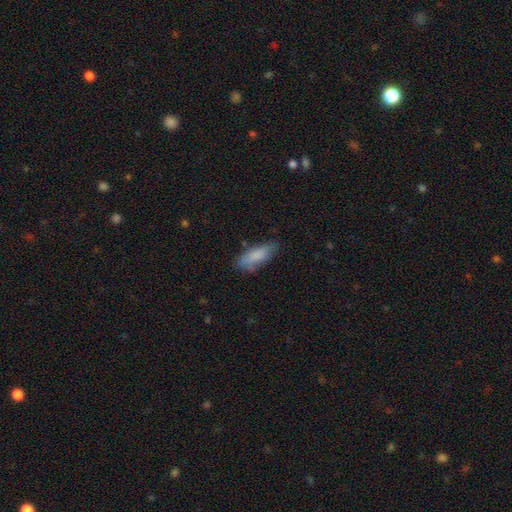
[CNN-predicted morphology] Smooth or featured: smooth — 83% (featured or disk — 11%)
How rounded: in between — 66% (cigar-shaped — 33%)
Merging: none — 67% (minor disturbance — 24%)